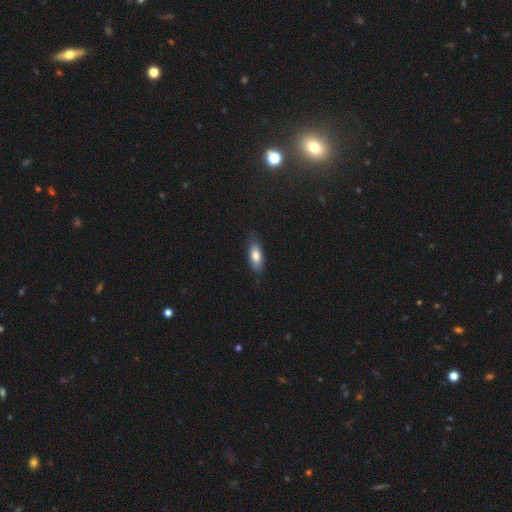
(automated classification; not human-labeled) Smooth or featured? Predicted: smooth (p=0.78). How rounded? Predicted: in between (p=0.75). Merging? Predicted: none (p=0.80).